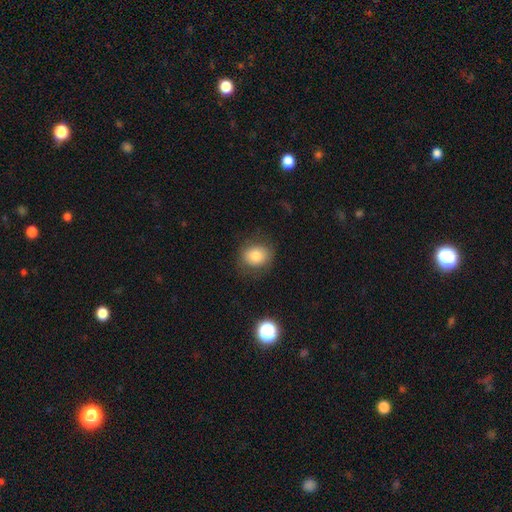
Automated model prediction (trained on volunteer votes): Smooth or featured: smooth — 78% (featured or disk — 12%)
How rounded: round — 68% (in between — 31%)
Merging: none — 79% (minor disturbance — 14%)